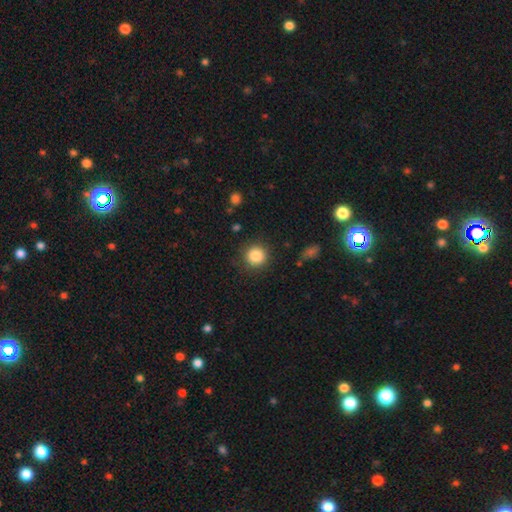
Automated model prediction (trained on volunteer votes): smooth_or_featured: smooth (p=0.85) [alt: star or artifact p=0.10]
how_rounded: round (p=0.94) [alt: in between p=0.05]
merging: none (p=0.87) [alt: minor disturbance p=0.08]